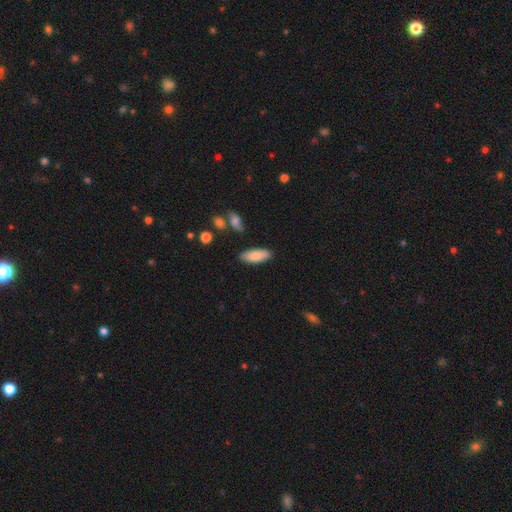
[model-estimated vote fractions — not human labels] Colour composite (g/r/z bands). It shows a smooth galaxy with no disk features (84%) that is in between round and cigar-shaped (78%). Merging: none (83%).